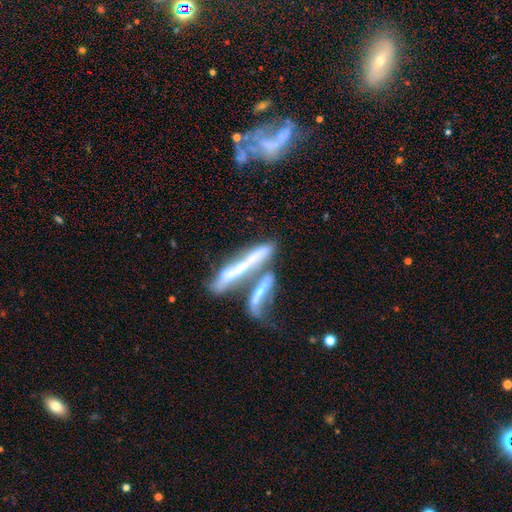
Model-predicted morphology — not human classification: Overall: featured or disk (52%; smooth 36%). Edge-on disk: no (50%, tied with yes). Merging: merger (63%).